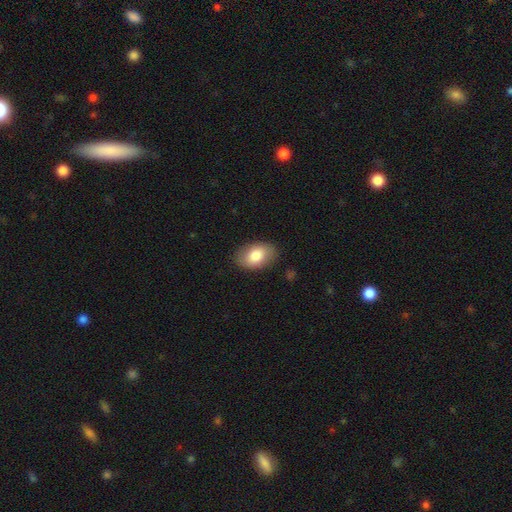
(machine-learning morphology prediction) A smooth galaxy with no disk features (81%) that is in between round and cigar-shaped (88%).

Vote fractions:
- Smooth or featured? smooth: 81% / featured or disk: 12% / star or artifact: 7%
- How rounded? in between: 88% / round: 11% / cigar-shaped: 1%
- Merging? none: 85% / minor disturbance: 11% / major disturbance: 3% / merger: 1%